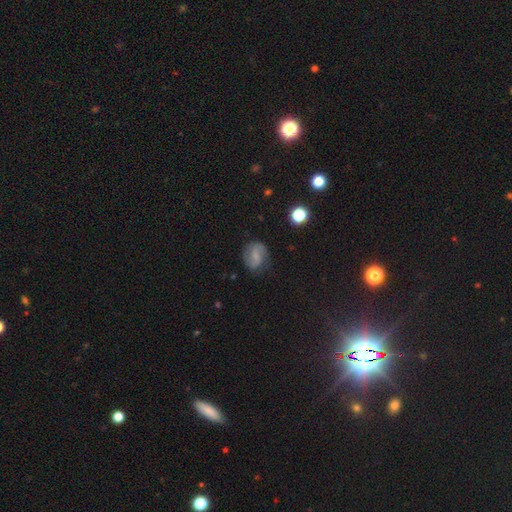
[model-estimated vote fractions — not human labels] This appears to be a featured or disk galaxy (56%) with a weak bar (47%), spiral arms (89%) and no central bulge (49%). Merging: none (75%).